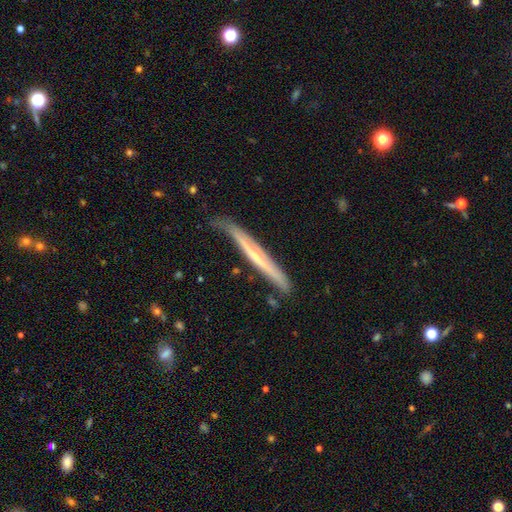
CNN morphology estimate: This is likely a featured or disk galaxy (67%). It is clearly viewed edge-on (91%). Edge-on bulge: possibly rounded (49%). Merging: likely none (61%).